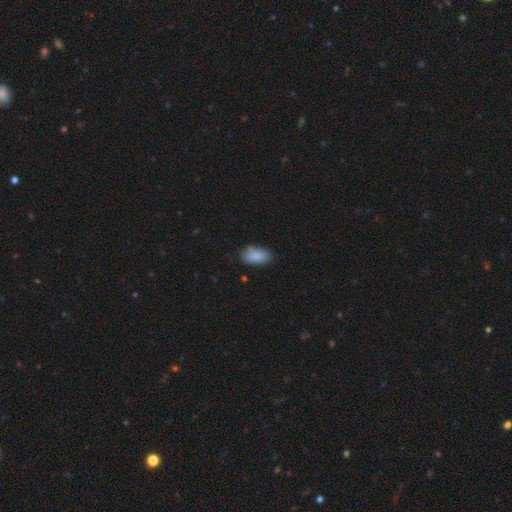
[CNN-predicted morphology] smooth-or-featured: smooth: 87% | star or artifact: 7% | featured or disk: 6%
  how-rounded: in between: 93% | round: 4% | cigar-shaped: 3%
  merging: none: 75% | minor disturbance: 19% | major disturbance: 4% | merger: 2%